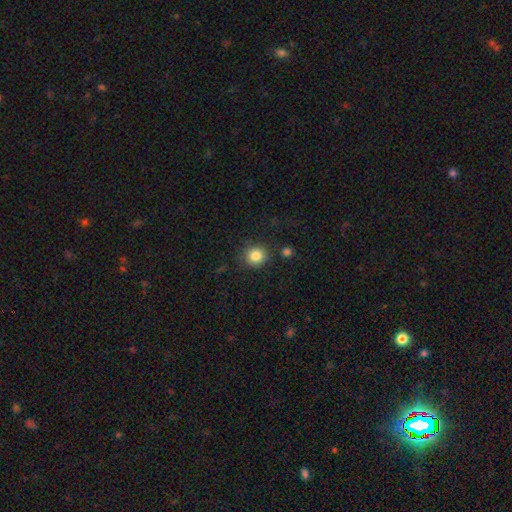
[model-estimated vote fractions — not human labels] Morphology: type=smooth (84%); roundness=round (88%); merging=none (85%).